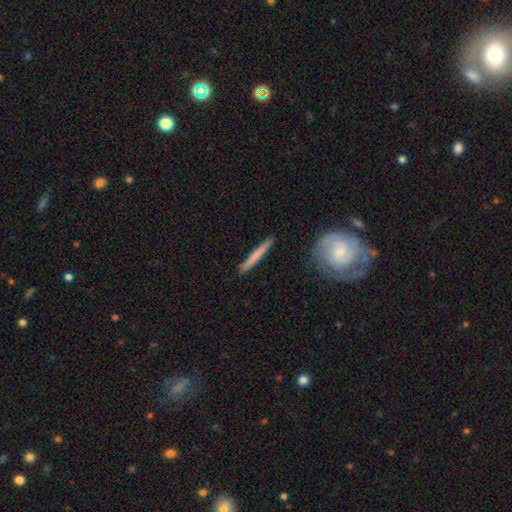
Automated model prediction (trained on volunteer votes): The model was most divided on "smooth or featured": smooth: 60%, featured or disk: 35%, star or artifact: 5%. More confident: how rounded — cigar-shaped (96%); merging — none (89%).